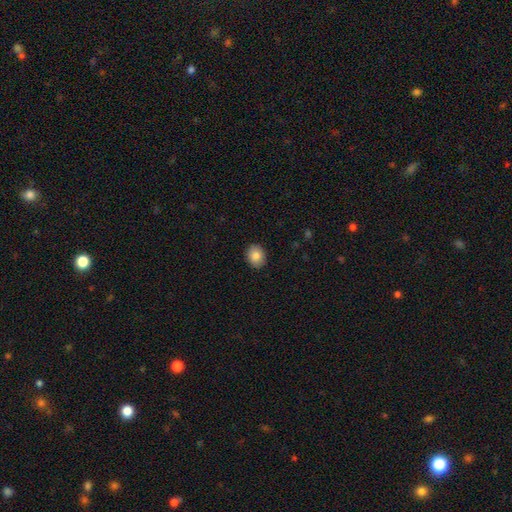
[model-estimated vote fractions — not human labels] Overall: smooth (85%). How rounded: round (53%; in between 46%). Merging: none (90%).